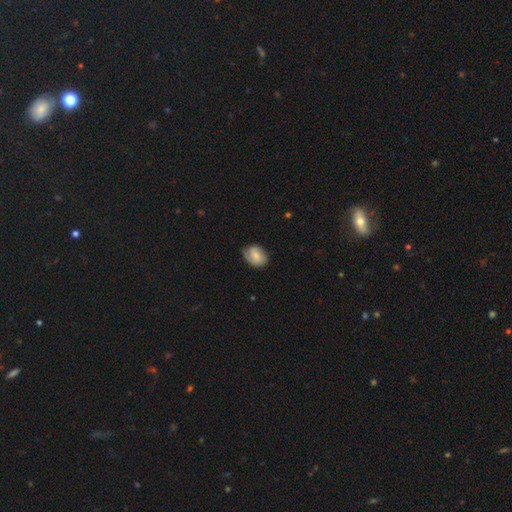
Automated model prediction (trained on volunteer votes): A smooth galaxy with no disk features (62%) that is in between round and cigar-shaped (68%). Merging: none (62%).